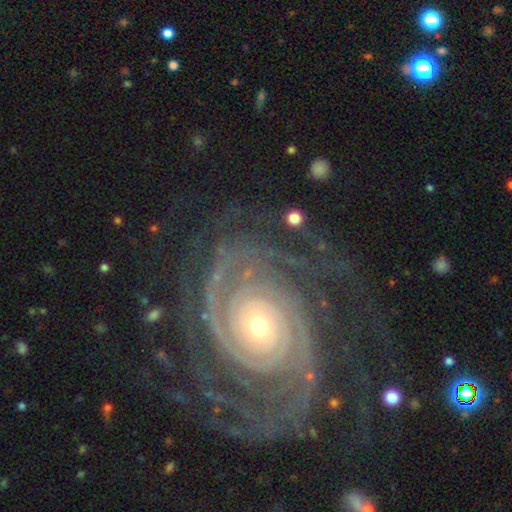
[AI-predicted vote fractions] Overall: featured or disk (92%). Edge-on disk: no (97%). Bar: no (77%). Spiral arms: yes (98%). Spiral arm count: 2 (32%; 3 18%). Spiral winding: tight (79%). Bulge size: small (54%; moderate 41%). Merging: none (70%).